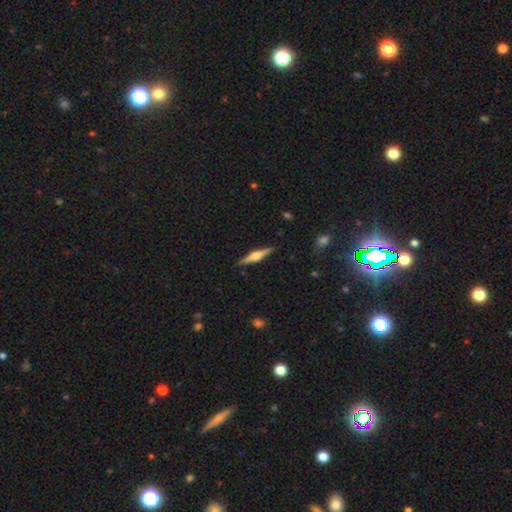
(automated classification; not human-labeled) featured or disk 72%, smooth 22%, star or artifact 6%. Down the decision tree: edge-on disk — yes (98%); edge-on bulge — rounded (89%); merging — none (91%).